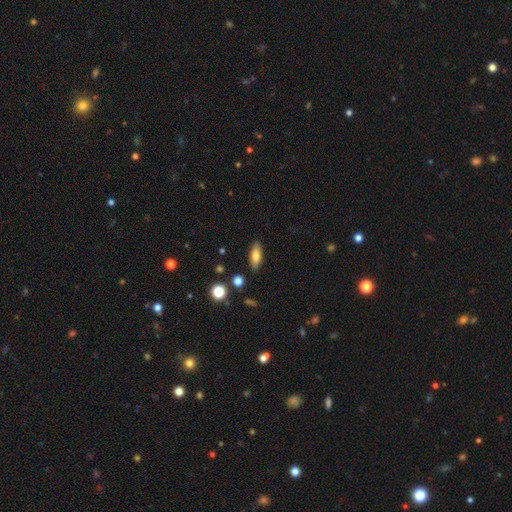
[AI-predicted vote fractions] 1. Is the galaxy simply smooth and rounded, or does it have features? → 75% smooth, 18% featured or disk, 8% star or artifact.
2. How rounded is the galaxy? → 66% in between, 31% cigar-shaped, 3% round.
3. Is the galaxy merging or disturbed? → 87% none, 9% minor disturbance, 2% major disturbance, 2% merger.